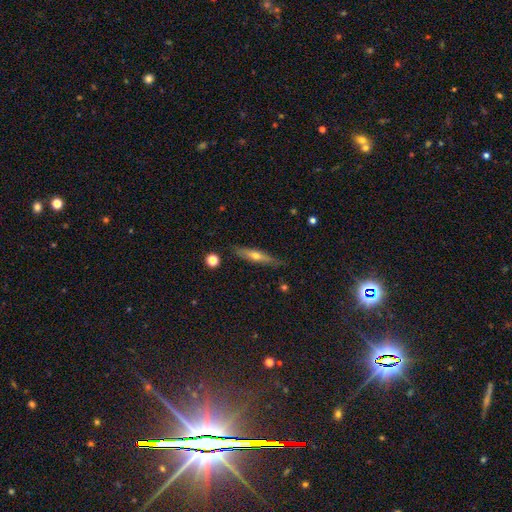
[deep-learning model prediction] The model was most divided on "smooth or featured": featured or disk: 52%, smooth: 41%, star or artifact: 7%. More confident: edge-on disk — yes (87%); merging — none (82%).